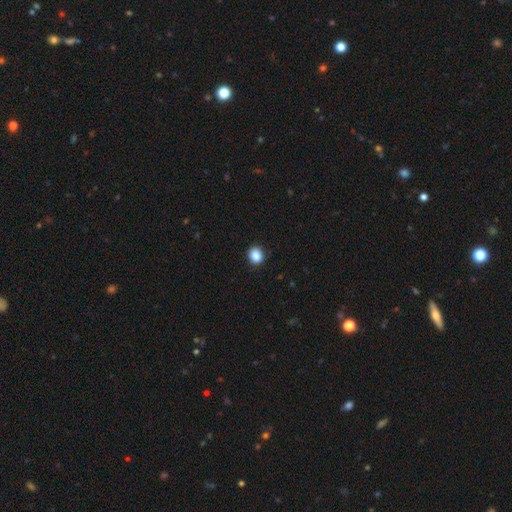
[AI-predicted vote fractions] This is clearly a smooth galaxy (87%). How rounded: likely round (75%). Merging: clearly none (90%).